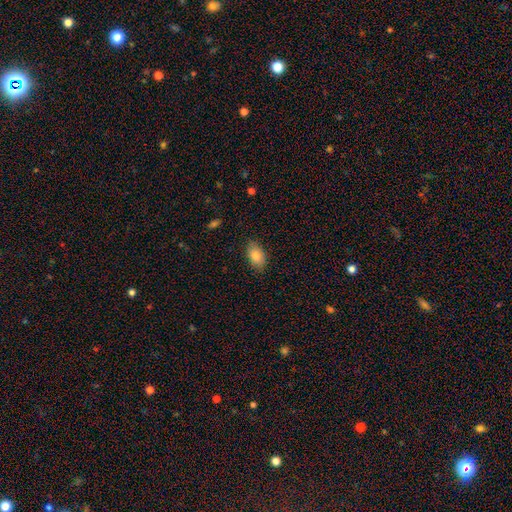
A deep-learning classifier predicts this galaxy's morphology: smooth 84%, featured or disk 8%, star or artifact 7%. Down the decision tree: how rounded — in between (92%); merging — none (85%).